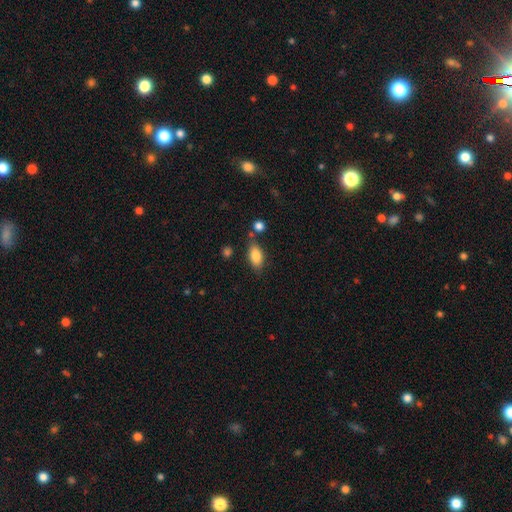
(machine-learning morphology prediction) type=smooth (85%); roundness=in between (89%); merging=none (73%).